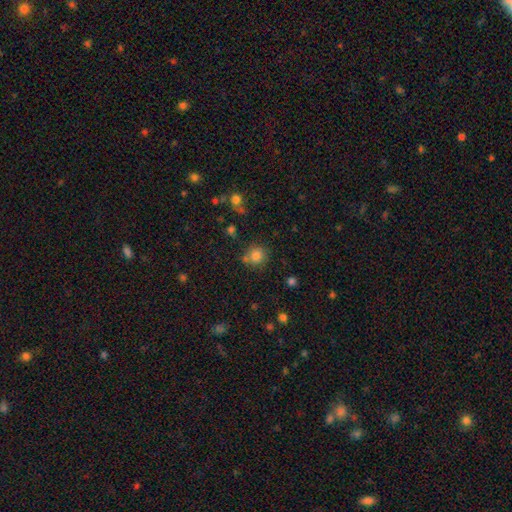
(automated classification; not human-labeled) Smooth or featured: smooth — 81% (star or artifact — 13%)
How rounded: round — 87% (in between — 12%)
Merging: none — 73% (minor disturbance — 12%)